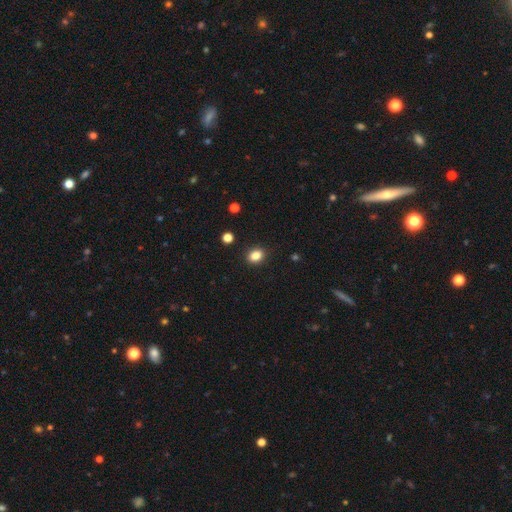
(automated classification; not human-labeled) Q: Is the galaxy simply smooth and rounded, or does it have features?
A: smooth — 85%.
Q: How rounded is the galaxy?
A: in between — 63%.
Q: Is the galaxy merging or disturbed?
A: none — 89%.